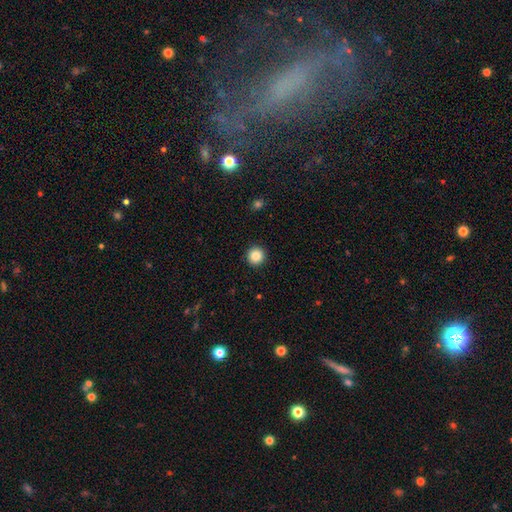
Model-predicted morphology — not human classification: smooth-or-featured: smooth: 86% | star or artifact: 10% | featured or disk: 4%
  how-rounded: round: 95% | in between: 4% | cigar-shaped: 1%
  merging: none: 93% | minor disturbance: 4% | major disturbance: 2% | merger: 1%